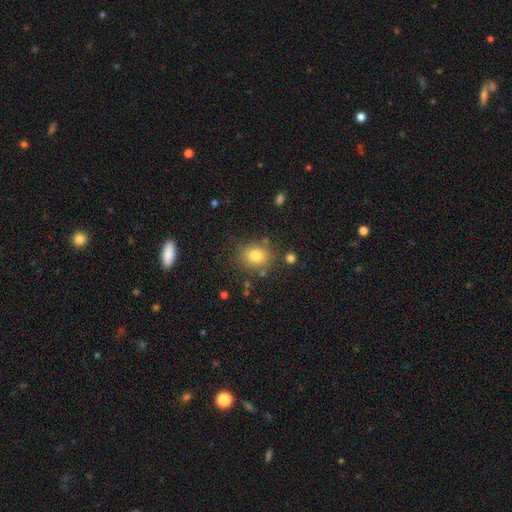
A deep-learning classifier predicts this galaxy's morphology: type=smooth (78%); roundness=round (55%); merging=none (80%).